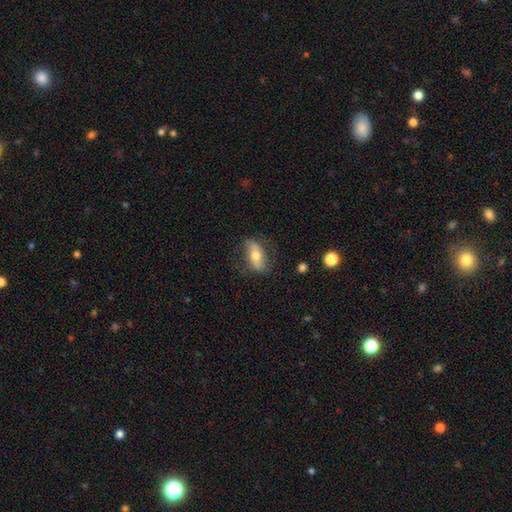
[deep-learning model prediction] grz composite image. It shows a smooth galaxy with no disk features (49%). Merging: none (71%).